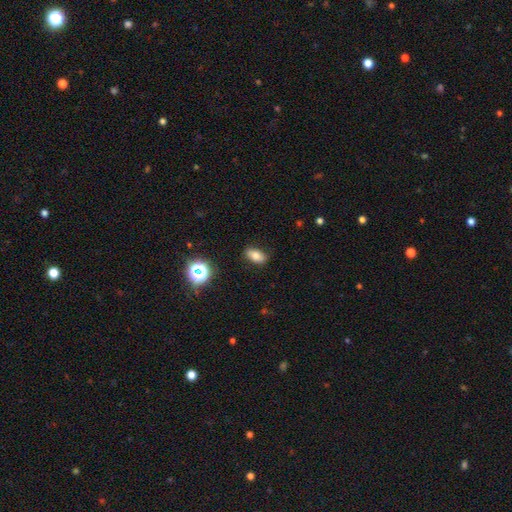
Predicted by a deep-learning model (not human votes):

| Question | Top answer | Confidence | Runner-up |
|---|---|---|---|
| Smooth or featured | smooth | 76% | star or artifact (13%) |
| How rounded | in between | 88% | round (8%) |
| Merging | none | 86% | minor disturbance (11%) |